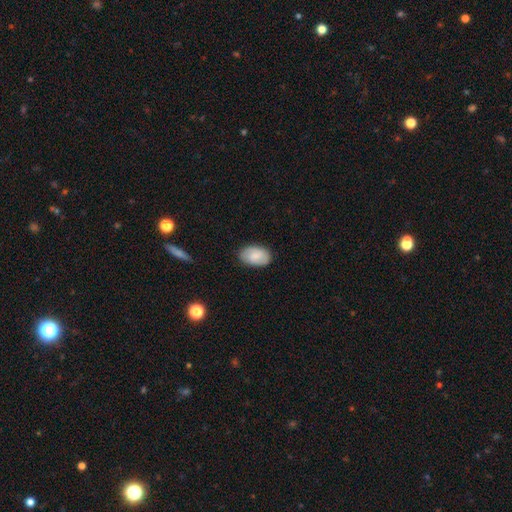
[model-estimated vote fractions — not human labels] This appears to be a smooth galaxy with no disk features (76%) that is in between round and cigar-shaped (92%). Merging: none (84%).